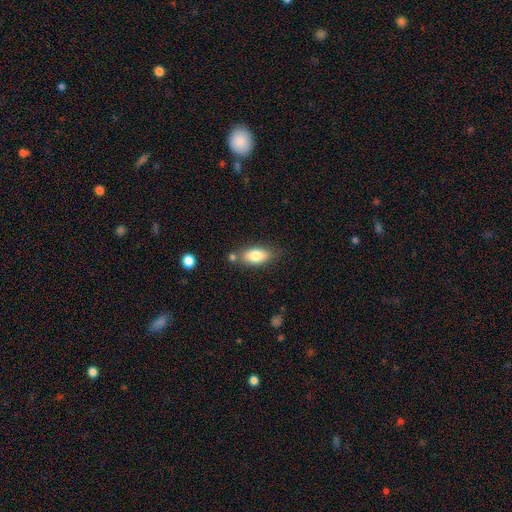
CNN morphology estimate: Overall: smooth (79%). How rounded: in between (87%). Merging: none (67%).